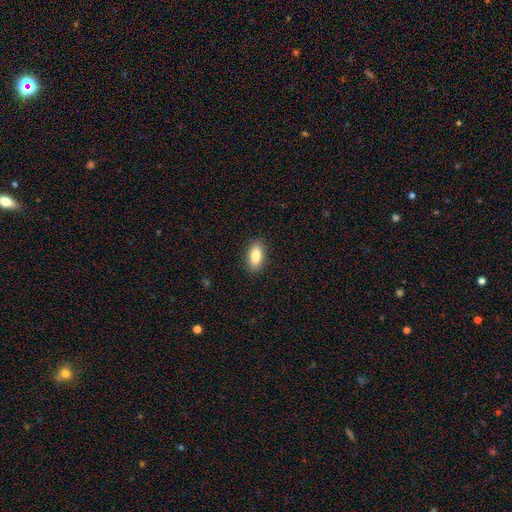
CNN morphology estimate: Smooth or featured? Predicted: smooth (p=0.84). How rounded? Predicted: in between (p=0.89). Merging? Predicted: none (p=0.89).